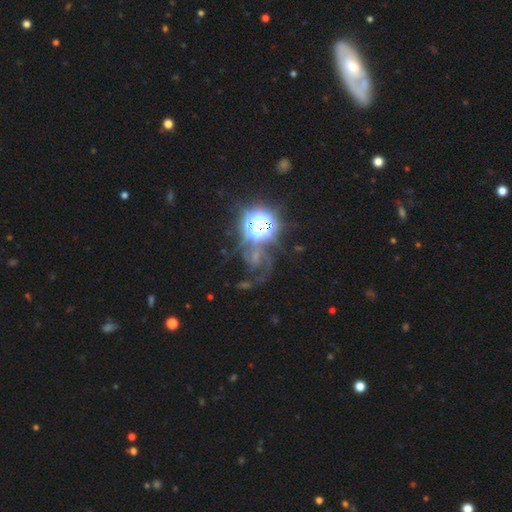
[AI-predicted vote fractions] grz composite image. It shows a star or artifact, not a galaxy (45%).